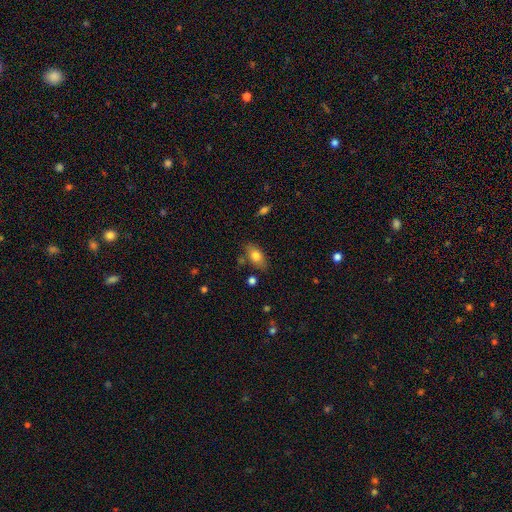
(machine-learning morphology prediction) This is likely a smooth galaxy (77%). How rounded: clearly in between (88%). Merging: likely none (78%).